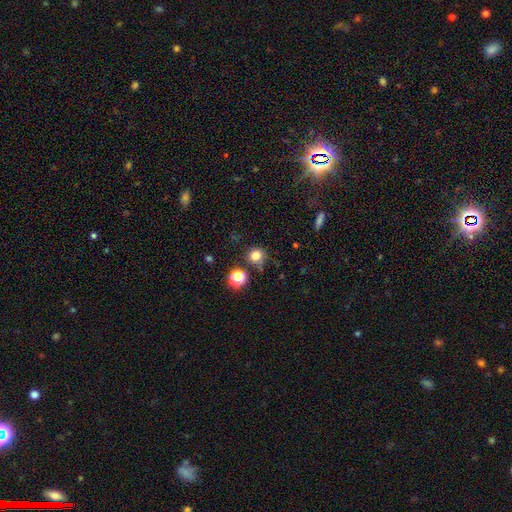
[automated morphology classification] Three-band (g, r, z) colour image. It shows a smooth galaxy with no disk features (77%) that is round (87%). Merging: none (75%).